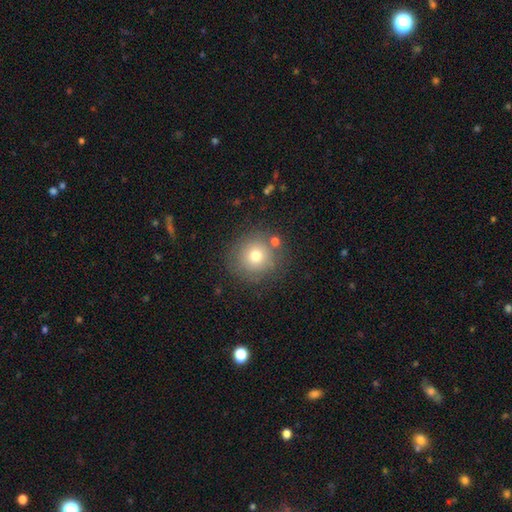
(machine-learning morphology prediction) This is likely a smooth galaxy (73%). How rounded: clearly round (92%). Merging: likely none (80%).